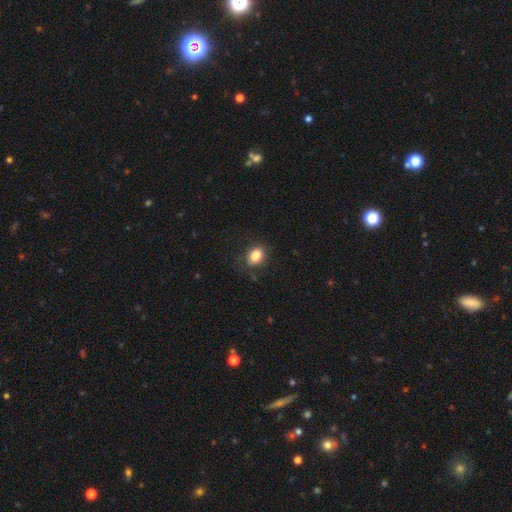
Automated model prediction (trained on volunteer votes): Morphology: type=smooth (85%); roundness=in between (68%); merging=none (80%).